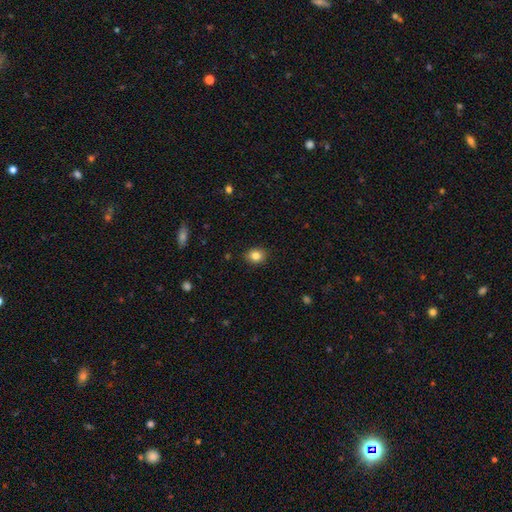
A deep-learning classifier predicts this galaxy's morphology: Smooth or featured? smooth (83%)
How rounded? round (55%)
Merging? none (89%)